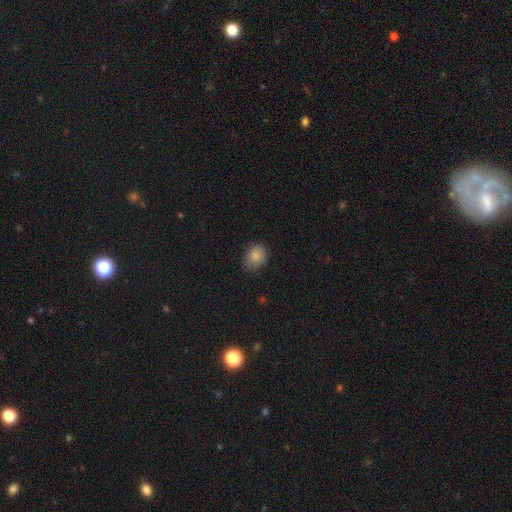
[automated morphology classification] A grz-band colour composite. It shows a smooth galaxy with no disk features (85%) that is round (61%). Merging: none (74%).